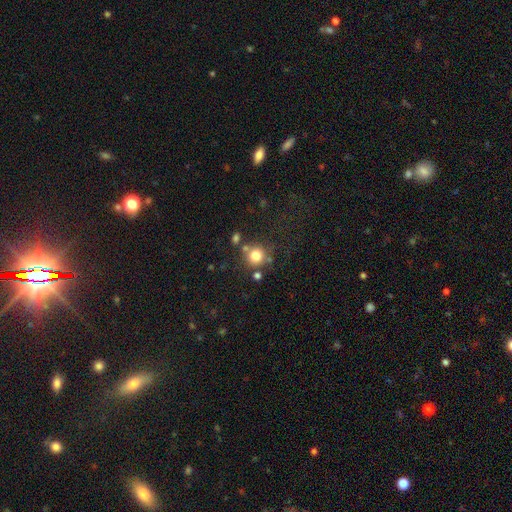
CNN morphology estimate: A smooth galaxy with no disk features (79%) that is round (91%).

Vote fractions:
- Smooth or featured? smooth: 79% / star or artifact: 13% / featured or disk: 9%
- How rounded? round: 91% / in between: 8% / cigar-shaped: 1%
- Merging? none: 70% / merger: 14% / minor disturbance: 11% / major disturbance: 5%